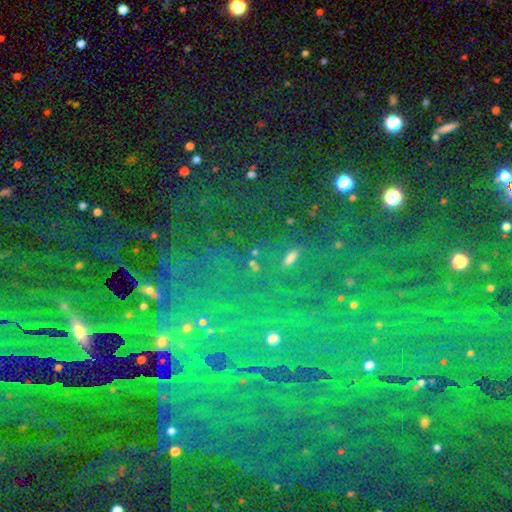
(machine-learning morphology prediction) type=star or artifact (78%).